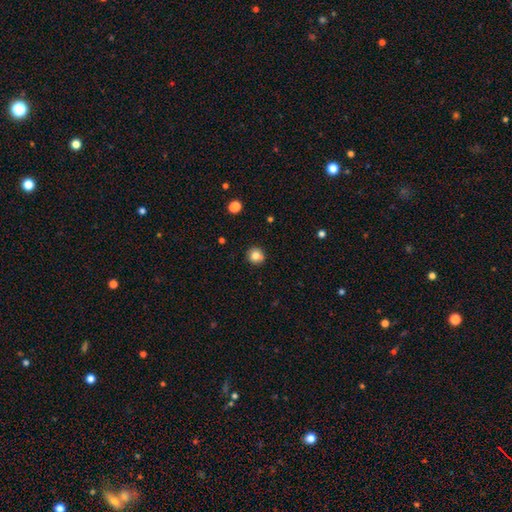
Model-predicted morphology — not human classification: Q: Smooth or featured?
A: smooth (80%); runner-up: star or artifact (11%)
Q: How rounded?
A: round (91%); runner-up: in between (8%)
Q: Merging?
A: none (80%); runner-up: minor disturbance (11%)